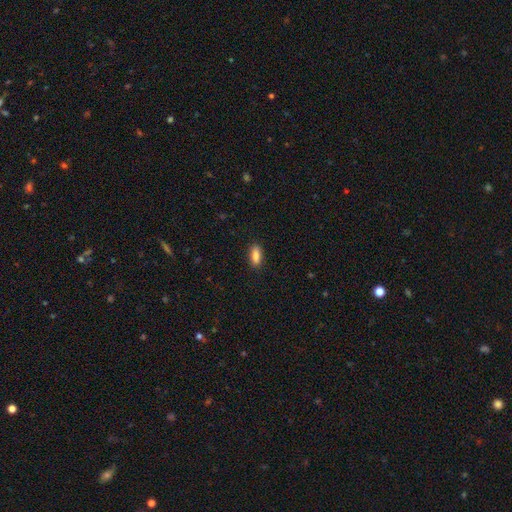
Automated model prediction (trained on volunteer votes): Morphology: type=smooth (87%); roundness=in between (79%); merging=none (88%).